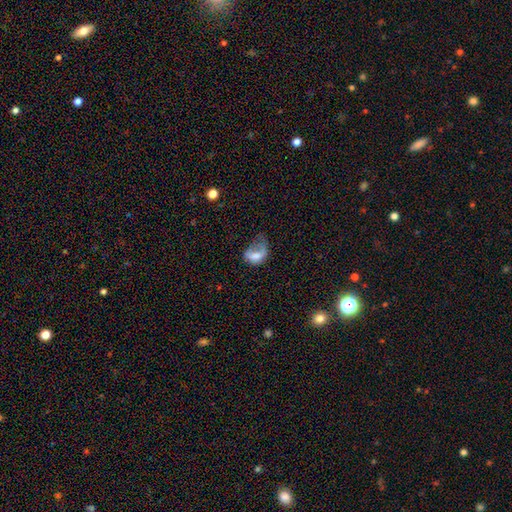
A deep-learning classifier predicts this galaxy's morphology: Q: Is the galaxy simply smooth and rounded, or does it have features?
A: smooth — 59%.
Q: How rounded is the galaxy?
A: in between — 76%.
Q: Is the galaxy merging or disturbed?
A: major disturbance — 57%.